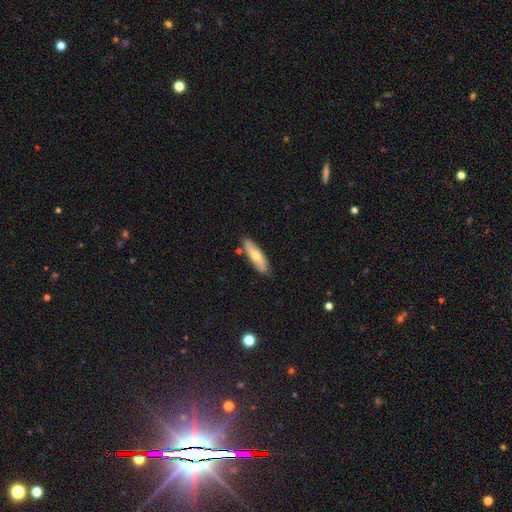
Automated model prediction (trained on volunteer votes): A smooth galaxy with no disk features (54%) that is cigar-shaped (59%). Merging: none (84%).